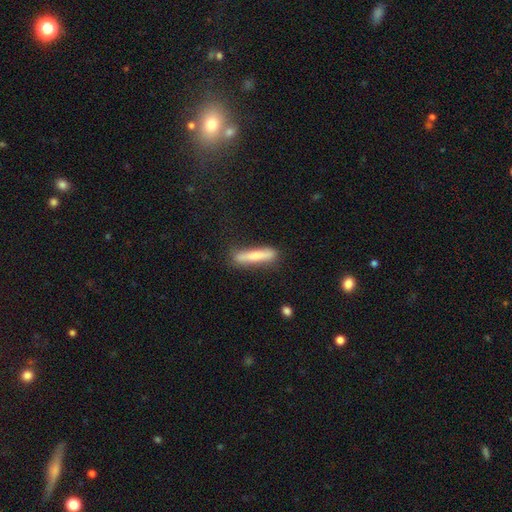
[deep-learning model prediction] smooth_or_featured: smooth (p=0.72) [alt: featured or disk p=0.22]
how_rounded: cigar-shaped (p=0.91) [alt: in between p=0.08]
merging: none (p=0.80) [alt: minor disturbance p=0.14]